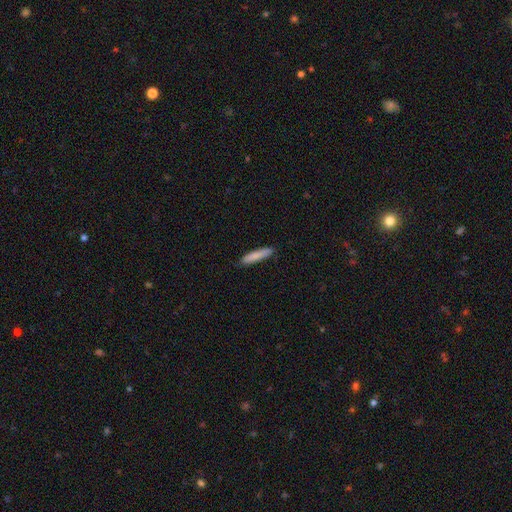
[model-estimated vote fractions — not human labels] This appears to be a smooth galaxy with no disk features (82%) that is cigar-shaped (89%). Merging: none (88%).